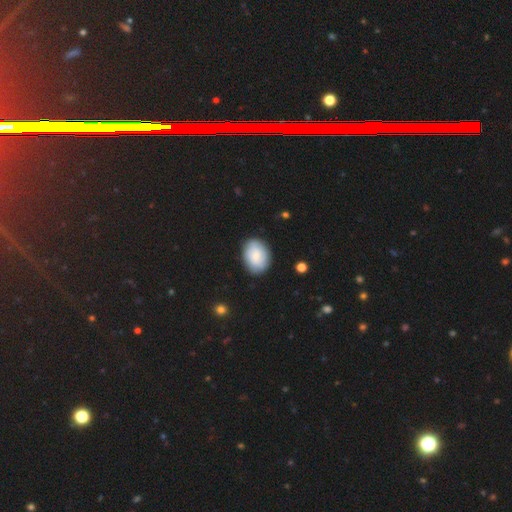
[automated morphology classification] A smooth galaxy with no disk features (68%) that is in between round and cigar-shaped (73%).

Vote fractions:
- Smooth or featured? smooth: 68% / featured or disk: 25% / star or artifact: 7%
- How rounded? in between: 73% / round: 26% / cigar-shaped: 1%
- Merging? none: 83% / minor disturbance: 13% / major disturbance: 3% / merger: 1%